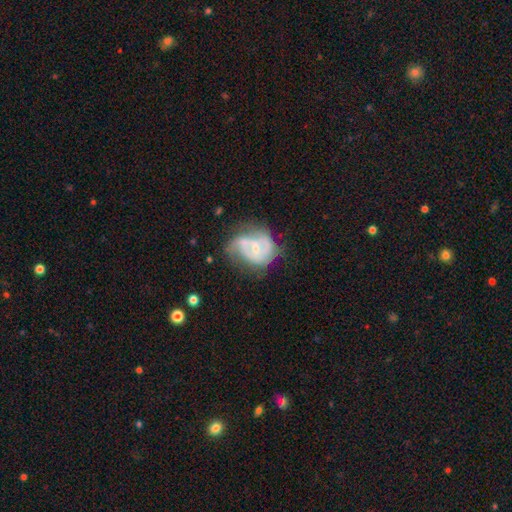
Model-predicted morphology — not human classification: This is likely a featured or disk galaxy (69%). It is clearly not viewed edge-on (98%). Bar: marginally weak (44%, tied with no). Spiral arm pattern: likely yes (68%). Central bulge: possibly small (59%). Merging: marginally none (35%).